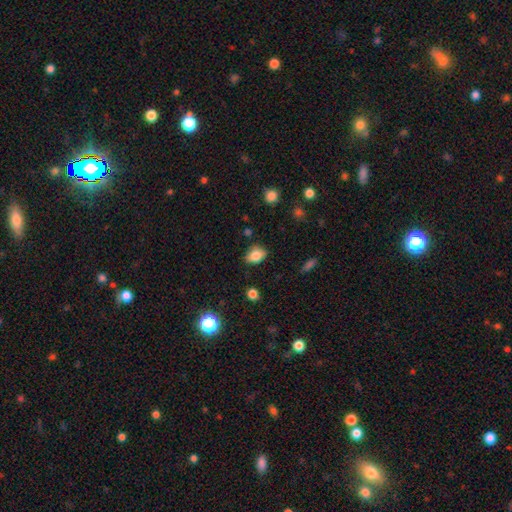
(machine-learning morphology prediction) The model was most divided on "how rounded": in between: 75%, round: 24%, cigar-shaped: 2%. More confident: smooth or featured — smooth (82%); merging — none (78%).